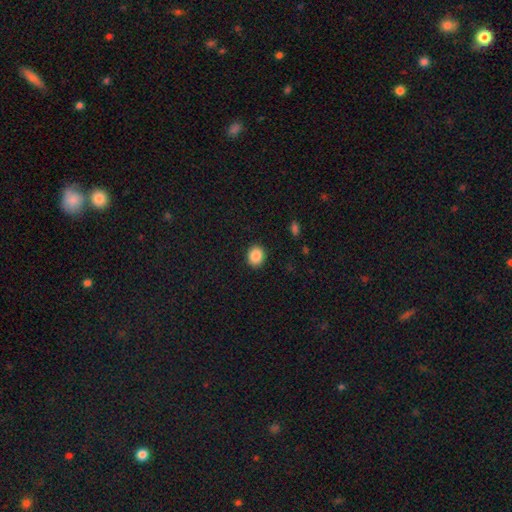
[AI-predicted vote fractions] A smooth galaxy with no disk features (87%) that is round (69%).

Vote fractions:
- Smooth or featured? smooth: 87% / star or artifact: 9% / featured or disk: 4%
- How rounded? round: 69% / in between: 30% / cigar-shaped: 1%
- Merging? none: 91% / minor disturbance: 6% / major disturbance: 2% / merger: 1%